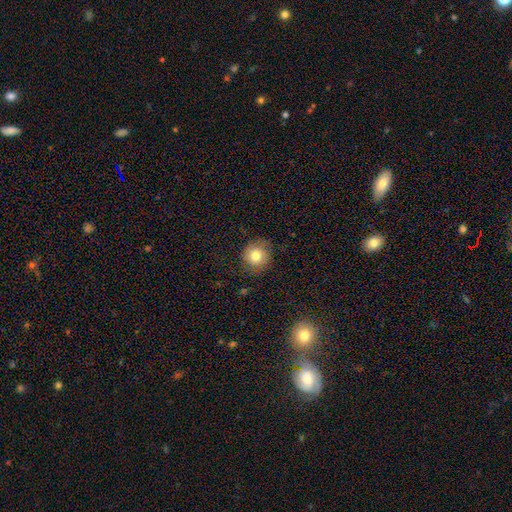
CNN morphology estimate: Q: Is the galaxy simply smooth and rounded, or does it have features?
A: smooth — 78%.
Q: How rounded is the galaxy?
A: round — 87%.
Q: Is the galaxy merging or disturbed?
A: none — 81%.